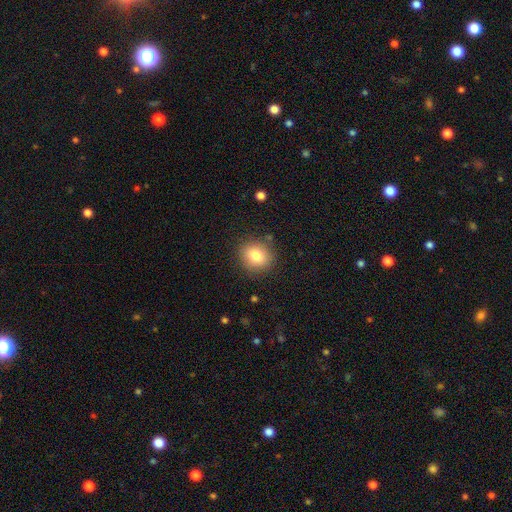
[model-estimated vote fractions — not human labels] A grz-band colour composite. It shows a smooth galaxy with no disk features (82%) that is round (75%). Merging: none (86%).